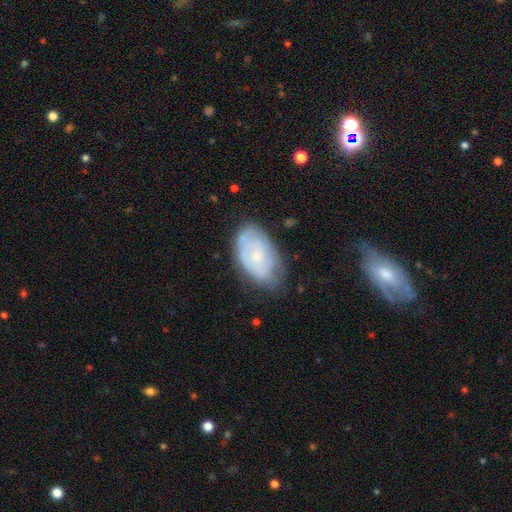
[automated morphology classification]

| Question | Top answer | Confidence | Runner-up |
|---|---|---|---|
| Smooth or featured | featured or disk | 50% | smooth (42%) |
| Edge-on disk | no | 94% | yes (6%) |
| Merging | none | 65% | minor disturbance (26%) |